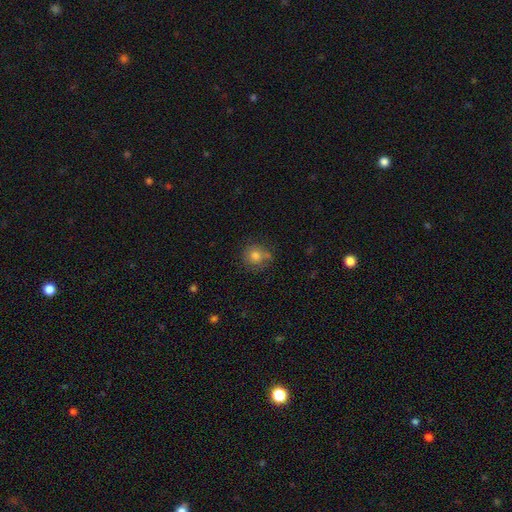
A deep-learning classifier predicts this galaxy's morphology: A smooth galaxy with no disk features (76%) that is round (87%).

Vote fractions:
- Smooth or featured? smooth: 76% / featured or disk: 13% / star or artifact: 11%
- How rounded? round: 87% / in between: 12% / cigar-shaped: 1%
- Merging? none: 67% / minor disturbance: 21% / major disturbance: 7% / merger: 6%